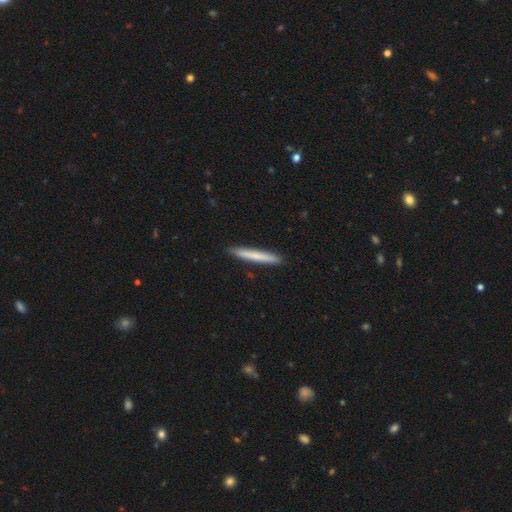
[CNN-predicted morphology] Smooth or featured? Predicted: smooth (p=0.71). How rounded? Predicted: cigar-shaped (p=0.97). Merging? Predicted: none (p=0.92).